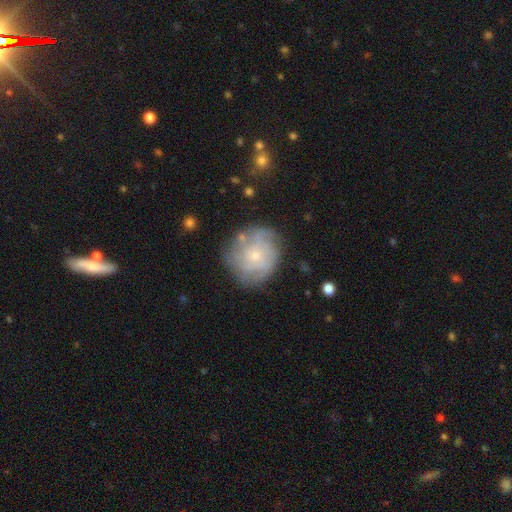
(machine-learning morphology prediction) featured or disk 60%, smooth 32%, star or artifact 9%. Down the decision tree: edge-on disk — no (97%); bar — no (81%); spiral arms — yes (76%); bulge size — small (71%); merging — none (71%).